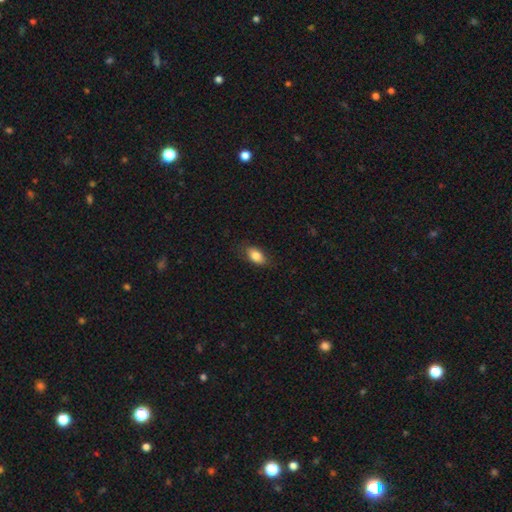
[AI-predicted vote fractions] This is clearly a smooth galaxy (82%). How rounded: clearly in between (89%). Merging: likely none (79%).